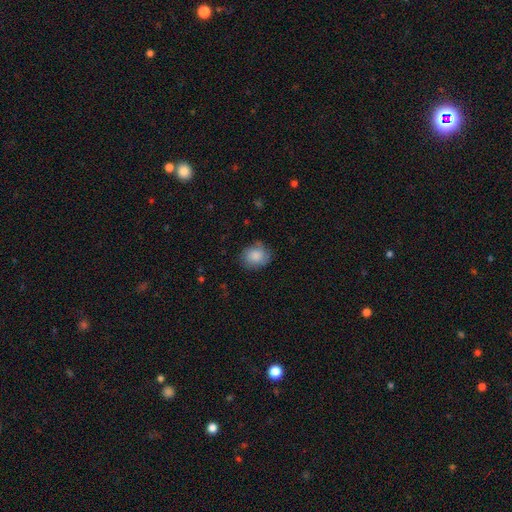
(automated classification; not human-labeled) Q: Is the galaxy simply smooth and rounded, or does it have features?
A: smooth — 77%.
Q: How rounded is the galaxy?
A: round — 59%.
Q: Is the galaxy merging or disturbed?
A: none — 70%.